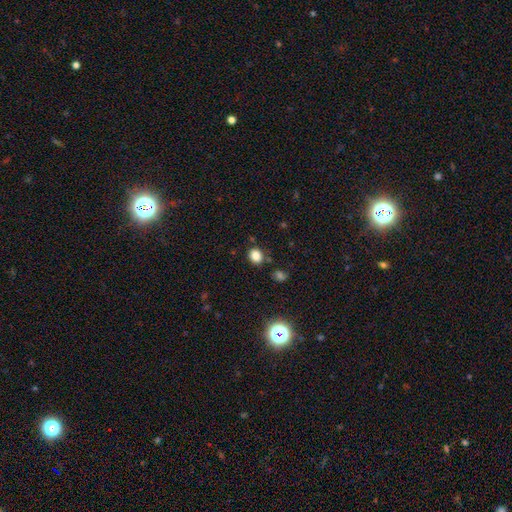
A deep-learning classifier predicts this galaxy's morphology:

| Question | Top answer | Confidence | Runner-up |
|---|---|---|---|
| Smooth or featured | smooth | 82% | star or artifact (13%) |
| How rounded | round | 64% | in between (35%) |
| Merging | none | 81% | minor disturbance (11%) |